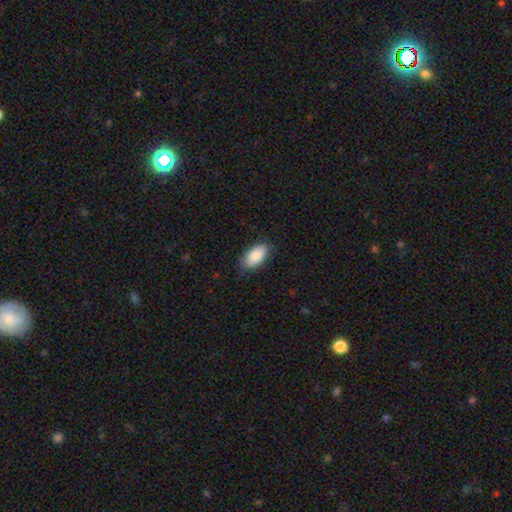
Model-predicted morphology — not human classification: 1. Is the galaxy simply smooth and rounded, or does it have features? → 87% smooth, 7% featured or disk, 6% star or artifact.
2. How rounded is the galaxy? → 94% in between, 3% cigar-shaped, 3% round.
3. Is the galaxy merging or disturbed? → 83% none, 14% minor disturbance, 3% major disturbance, 1% merger.